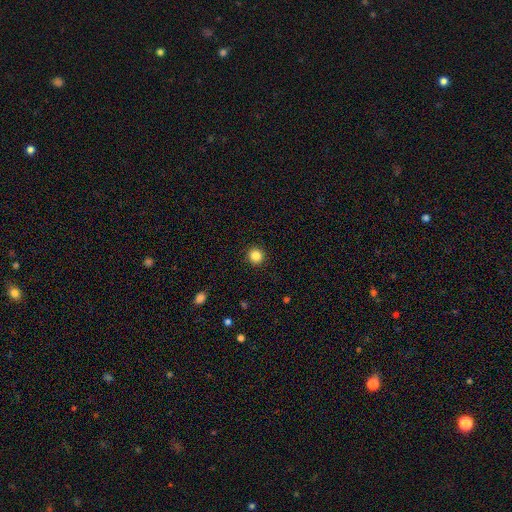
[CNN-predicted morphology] smooth-or-featured: smooth: 86% | star or artifact: 11% | featured or disk: 4%
  how-rounded: round: 94% | in between: 5% | cigar-shaped: 1%
  merging: none: 93% | minor disturbance: 5% | major disturbance: 2% | merger: 1%